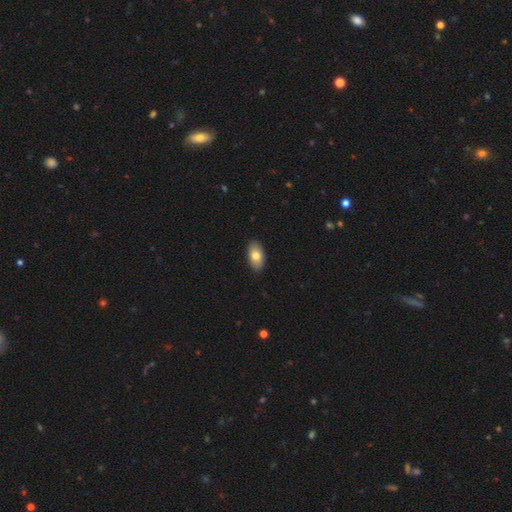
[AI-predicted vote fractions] The model was most divided on "smooth or featured": smooth: 80%, featured or disk: 13%, star or artifact: 7%. More confident: how rounded — in between (94%); merging — none (88%).